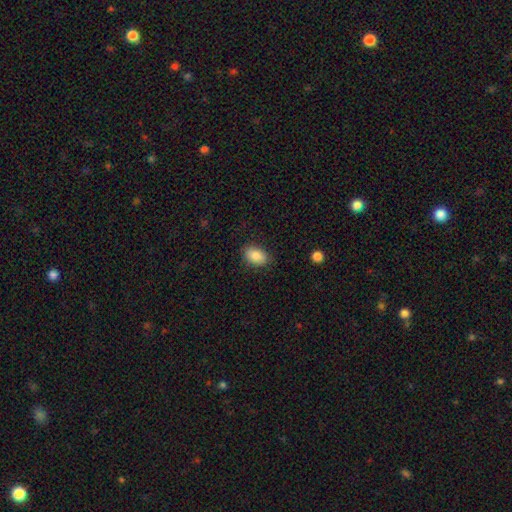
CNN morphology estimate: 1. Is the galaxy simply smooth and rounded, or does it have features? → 86% smooth, 8% star or artifact, 6% featured or disk.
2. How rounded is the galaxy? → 87% in between, 12% round, 1% cigar-shaped.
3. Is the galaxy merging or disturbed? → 84% none, 12% minor disturbance, 3% major disturbance, 1% merger.